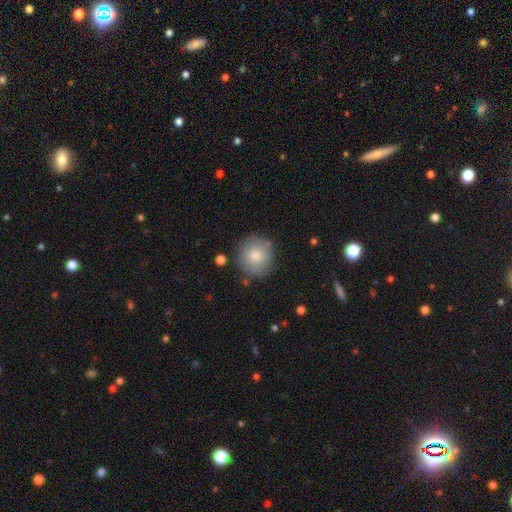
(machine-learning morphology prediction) This is clearly a smooth galaxy (81%). How rounded: clearly round (92%). Merging: likely none (80%).